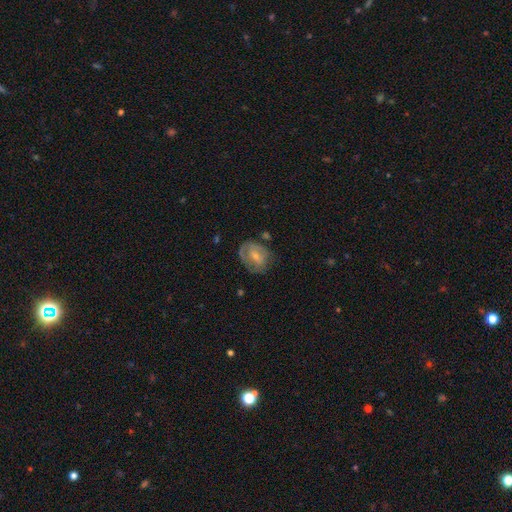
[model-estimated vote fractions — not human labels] Smooth or featured? Predicted: featured or disk (p=0.55). Edge-on disk? Predicted: no (p=0.96). Bar? Predicted: no (p=0.44). Spiral arms? Predicted: yes (p=0.58). Bulge size? Predicted: small (p=0.58). Merging? Predicted: none (p=0.54).